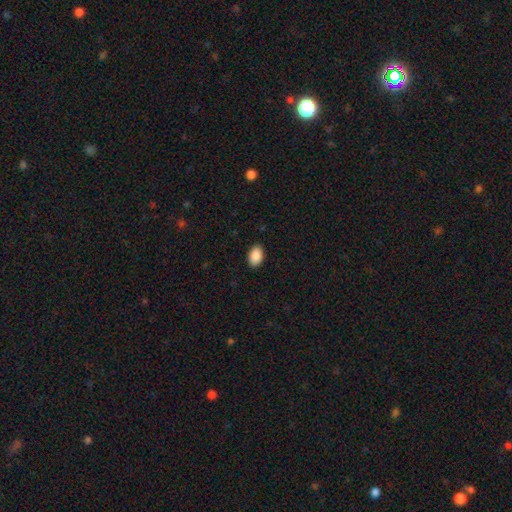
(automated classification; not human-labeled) Smooth or featured: smooth — 90% (star or artifact — 7%)
How rounded: in between — 92% (round — 7%)
Merging: none — 90% (minor disturbance — 8%)